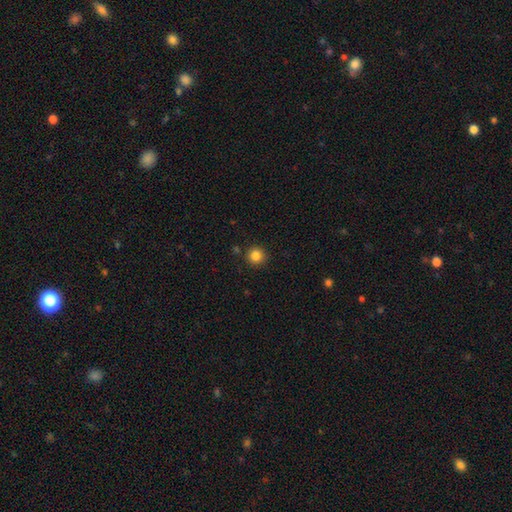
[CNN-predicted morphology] A smooth galaxy with no disk features (85%) that is round (95%). Merging: none (89%).